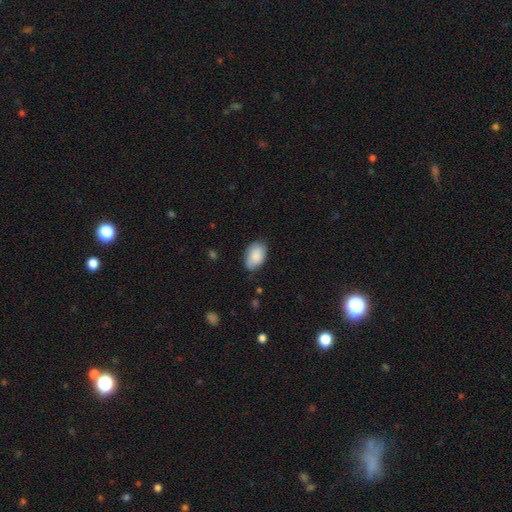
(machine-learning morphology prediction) smooth-or-featured: smooth: 87% | featured or disk: 7% | star or artifact: 6%
  how-rounded: in between: 90% | round: 8% | cigar-shaped: 1%
  merging: none: 74% | minor disturbance: 21% | major disturbance: 4% | merger: 1%